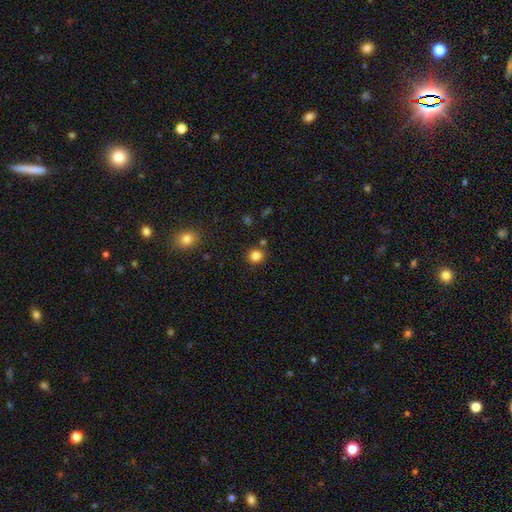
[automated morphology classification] A smooth galaxy with no disk features (83%) that is round (85%). Merging: none (84%).